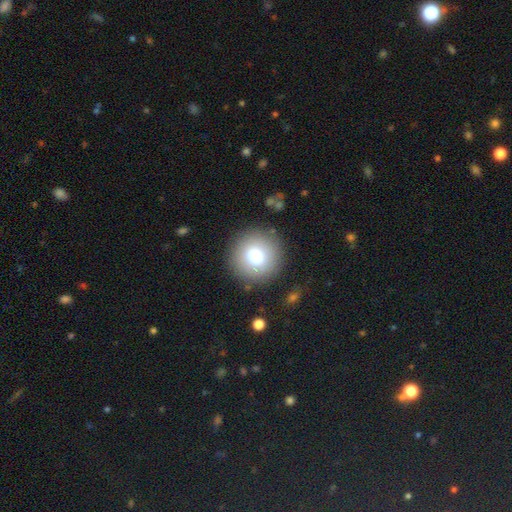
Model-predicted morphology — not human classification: This appears to be a smooth galaxy with no disk features (73%) that is round (96%). Merging: none (88%).